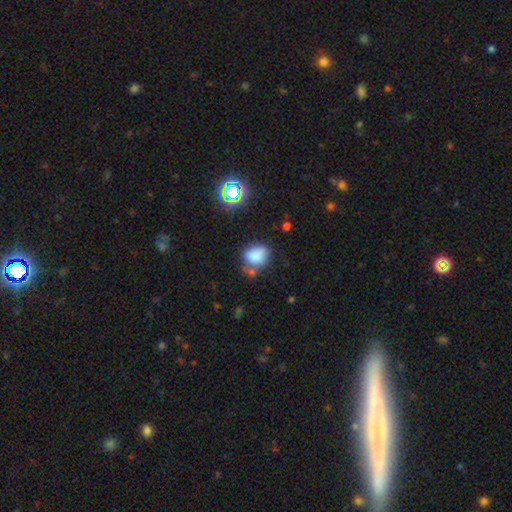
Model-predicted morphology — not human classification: Overall: smooth (79%). How rounded: in between (50%; round 49%). Merging: none (54%; minor disturbance 23%).